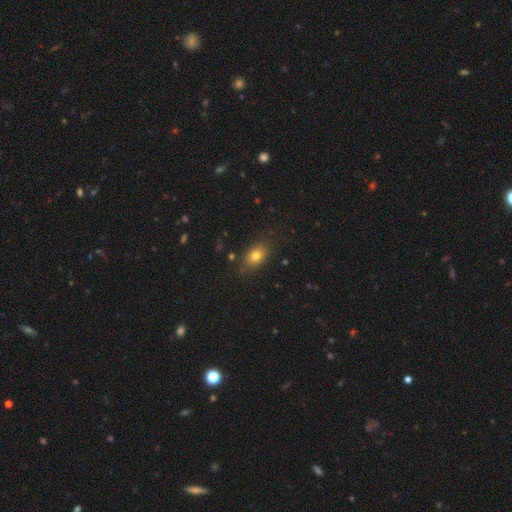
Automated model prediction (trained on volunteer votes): smooth 78%, star or artifact 11%, featured or disk 11%. Down the decision tree: how rounded — in between (79%); merging — none (79%).